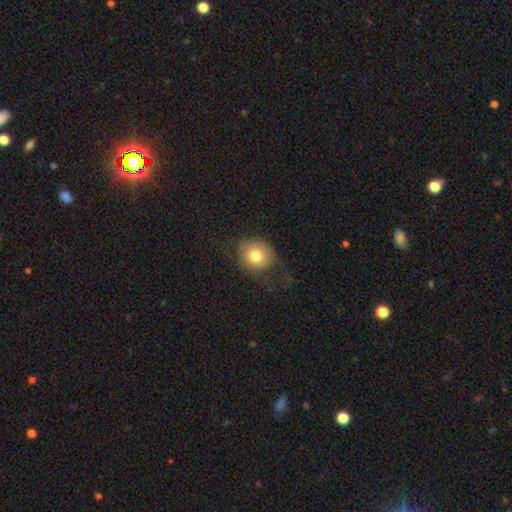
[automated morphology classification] smooth-or-featured: smooth: 77% | featured or disk: 14% | star or artifact: 9%
  how-rounded: round: 77% | in between: 22% | cigar-shaped: 1%
  merging: none: 58% | minor disturbance: 22% | major disturbance: 19% | merger: 1%